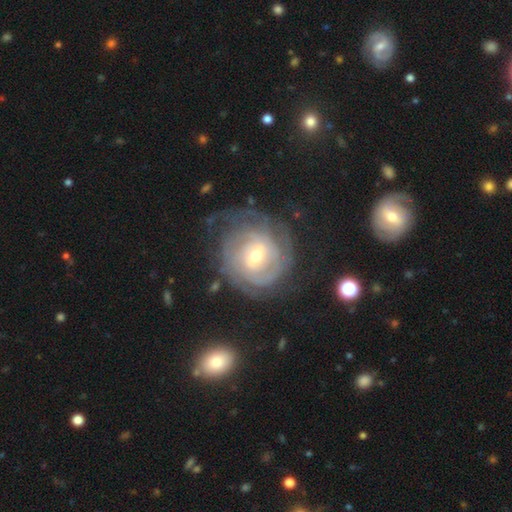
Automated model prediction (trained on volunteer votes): A featured or disk galaxy (84%) with a weak bar (52%), tight (74%) spiral arms (94%) and a moderate central bulge (51%).

Vote fractions:
- Smooth or featured? featured or disk: 84% / smooth: 10% / star or artifact: 6%
- Edge-on disk? no: 97% / yes: 3%
- Bar? weak: 52% / no: 32% / strong: 16%
- Spiral arms? yes: 94% / no: 6%
- Spiral winding? tight: 74% / medium: 20% / loose: 6%
- Spiral arm count? can't tell: 42% / 2: 23% / 3: 15% / 4: 9% / more than 4: 6% / 1: 5%
- Bulge size? moderate: 51% / small: 44% / large: 3% / none: 1% / dominant: 1%
- Merging? none: 68% / minor disturbance: 18% / major disturbance: 12% / merger: 2%